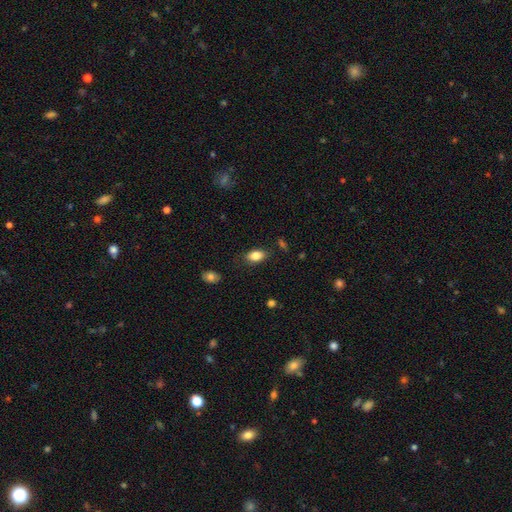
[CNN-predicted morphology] The model was most divided on "merging": none: 81%, minor disturbance: 14%, major disturbance: 3%, merger: 2%. More confident: how rounded — in between (89%); smooth or featured — smooth (84%).